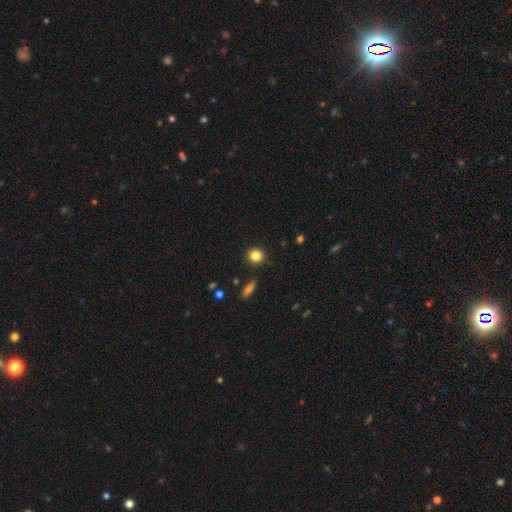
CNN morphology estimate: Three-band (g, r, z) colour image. It shows a smooth galaxy with no disk features (84%) that is round (90%). Merging: none (88%).